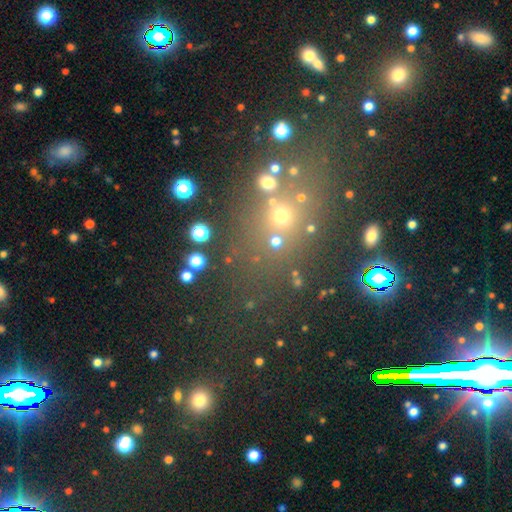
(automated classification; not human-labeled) A star or artifact, not a galaxy (51%).

Vote fractions:
- Smooth or featured? star or artifact: 51% / smooth: 33% / featured or disk: 16%